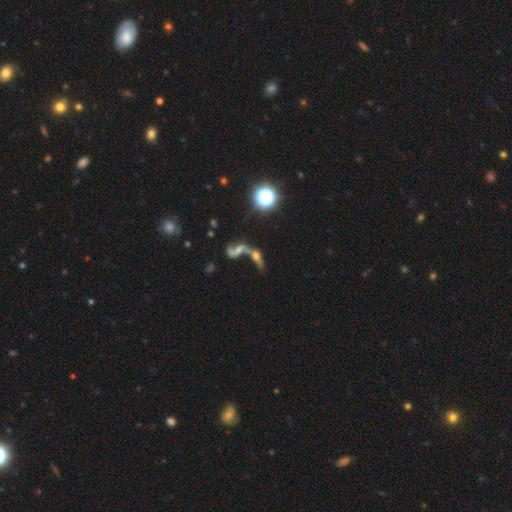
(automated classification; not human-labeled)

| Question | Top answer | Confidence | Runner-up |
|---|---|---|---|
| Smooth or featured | star or artifact | 52% | smooth (32%) |